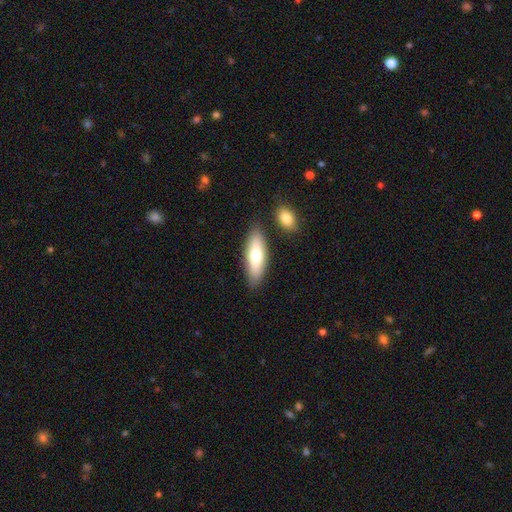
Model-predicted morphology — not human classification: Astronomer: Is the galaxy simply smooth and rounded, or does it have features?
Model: smooth — 68%.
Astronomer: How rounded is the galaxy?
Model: in between — 58% (runner-up: cigar-shaped, 40%).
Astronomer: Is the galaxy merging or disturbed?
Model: none — 82%.